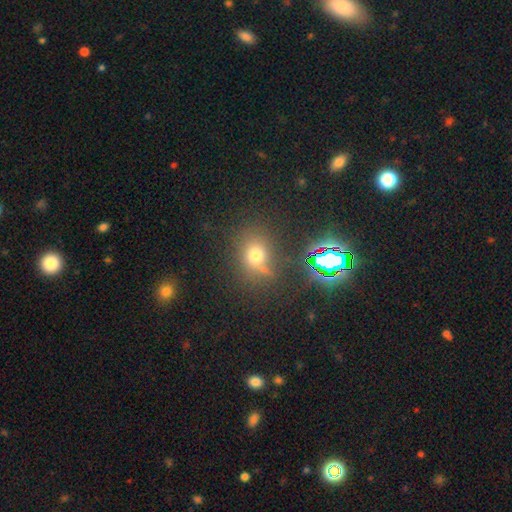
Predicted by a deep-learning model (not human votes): The model was most divided on "how rounded": round: 60%, in between: 38%, cigar-shaped: 2%. More confident: merging — none (65%); smooth or featured — smooth (61%).